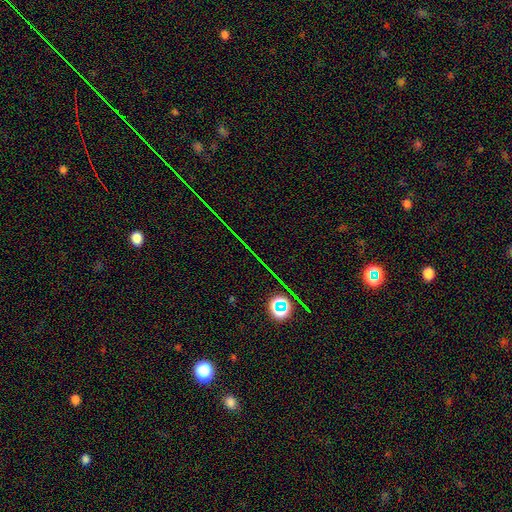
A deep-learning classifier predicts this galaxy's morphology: smooth-or-featured: star or artifact: 76% | smooth: 14% | featured or disk: 10%